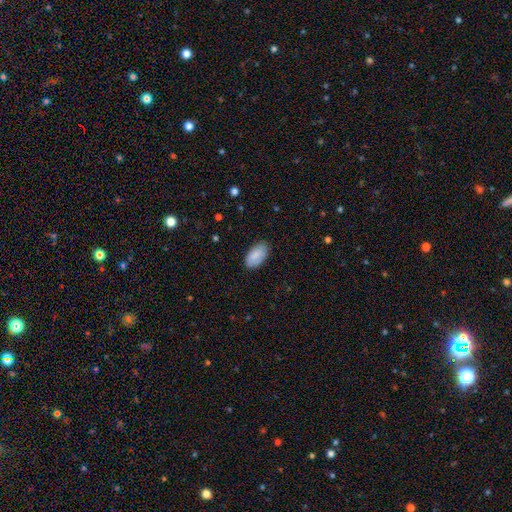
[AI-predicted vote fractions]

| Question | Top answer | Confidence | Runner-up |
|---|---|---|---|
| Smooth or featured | smooth | 84% | featured or disk (10%) |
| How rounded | in between | 95% | round (3%) |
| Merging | none | 82% | minor disturbance (14%) |